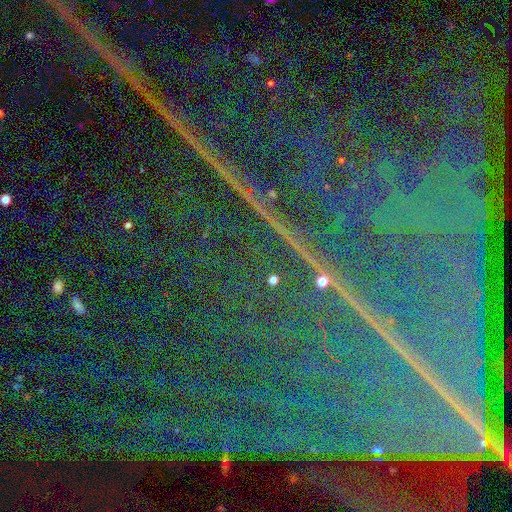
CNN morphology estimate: Q: Smooth or featured?
A: star or artifact (88%); runner-up: featured or disk (7%)